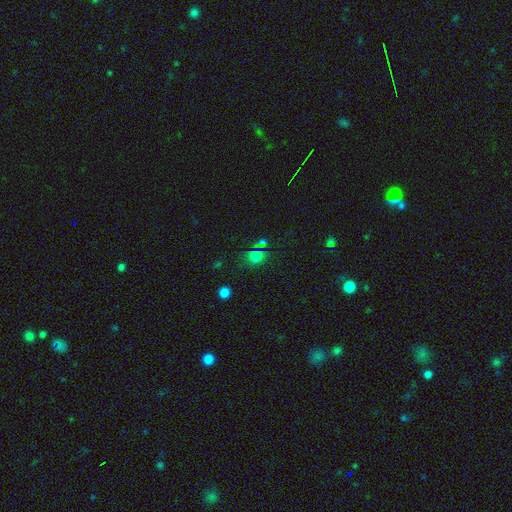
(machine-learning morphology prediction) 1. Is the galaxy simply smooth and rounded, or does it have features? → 72% smooth, 22% star or artifact, 6% featured or disk.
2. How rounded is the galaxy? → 61% round, 38% in between, 1% cigar-shaped.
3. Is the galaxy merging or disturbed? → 64% none, 17% minor disturbance, 11% merger, 7% major disturbance.